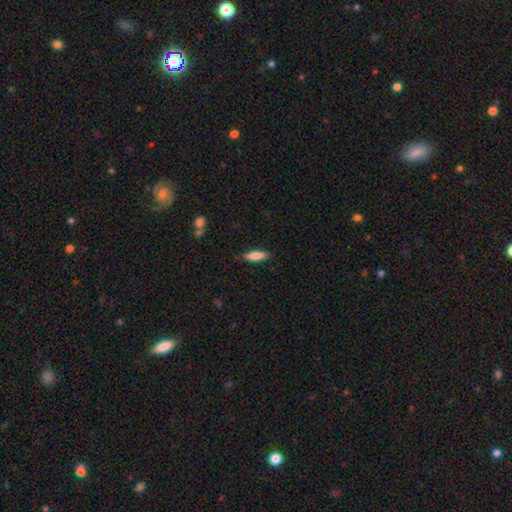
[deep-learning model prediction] This is clearly a smooth galaxy (84%). How rounded: possibly in between (53%). Merging: clearly none (85%).